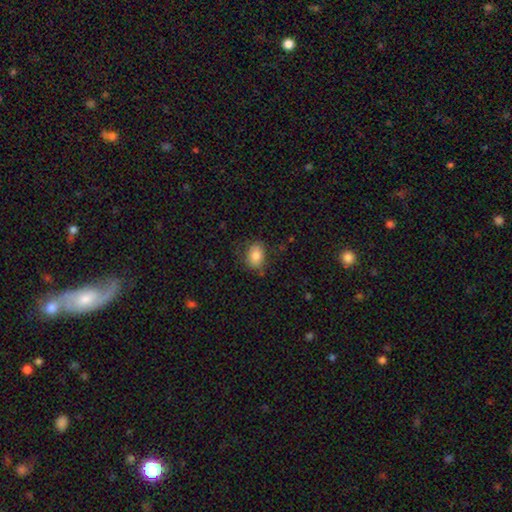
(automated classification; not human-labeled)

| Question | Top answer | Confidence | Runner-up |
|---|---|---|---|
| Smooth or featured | smooth | 82% | featured or disk (10%) |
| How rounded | in between | 71% | round (28%) |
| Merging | none | 72% | minor disturbance (20%) |